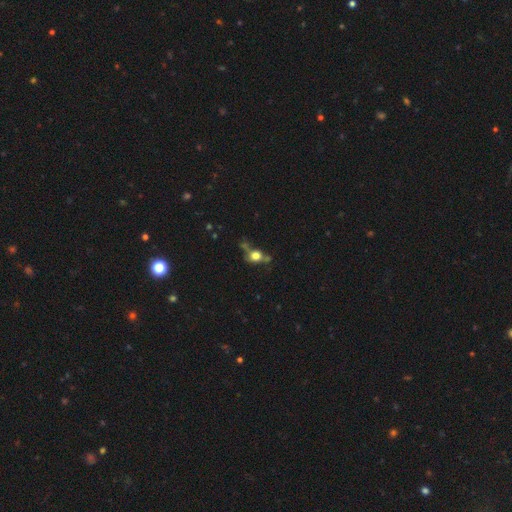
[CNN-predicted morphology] This is likely a smooth galaxy (64%). How rounded: likely round (61%). Merging: possibly none (51%).